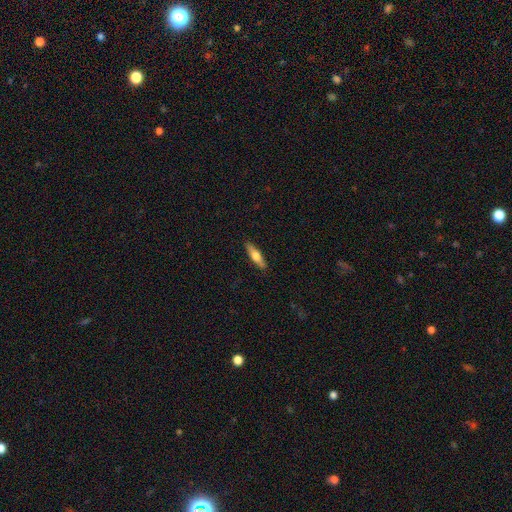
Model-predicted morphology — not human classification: Smooth or featured?
  - smooth: 57% *
  - featured or disk: 38%
  - star or artifact: 6%
How rounded?
  - cigar-shaped: 67% *
  - in between: 30%
  - round: 2%
Merging?
  - none: 89% *
  - minor disturbance: 8%
  - major disturbance: 2%
  - merger: 1%